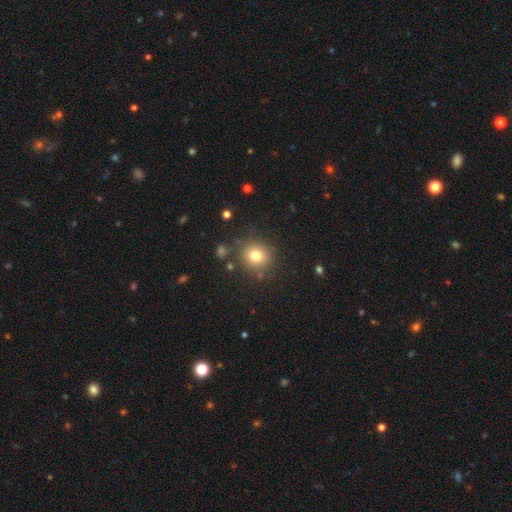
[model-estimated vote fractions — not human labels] smooth-or-featured: smooth: 78% | star or artifact: 13% | featured or disk: 9%
  how-rounded: round: 87% | in between: 12% | cigar-shaped: 1%
  merging: none: 83% | minor disturbance: 9% | merger: 4% | major disturbance: 4%